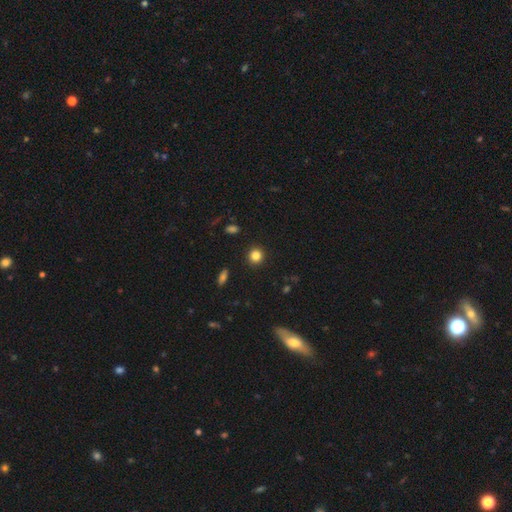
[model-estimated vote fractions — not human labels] This is clearly a smooth galaxy (84%). How rounded: clearly round (90%). Merging: clearly none (91%).